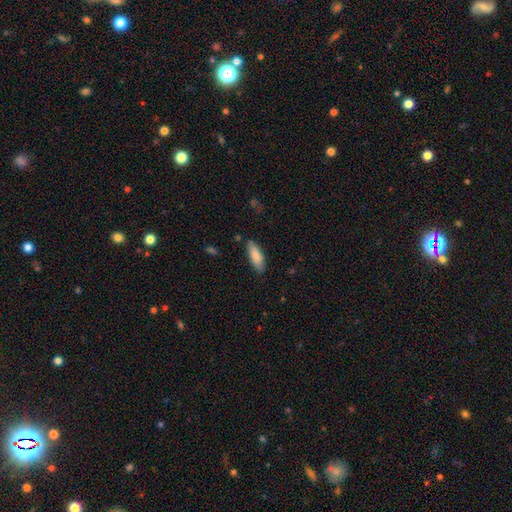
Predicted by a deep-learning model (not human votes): The model was most divided on "how rounded": in between: 65%, cigar-shaped: 34%, round: 2%. More confident: smooth or featured — smooth (84%); merging — none (84%).